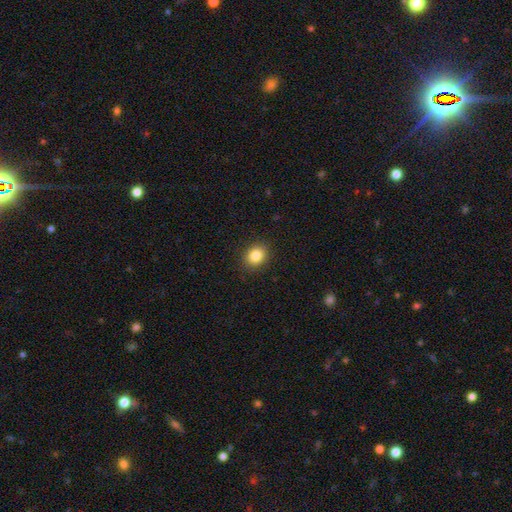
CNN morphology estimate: Overall: smooth (85%). How rounded: round (54%; in between 45%). Merging: none (89%).